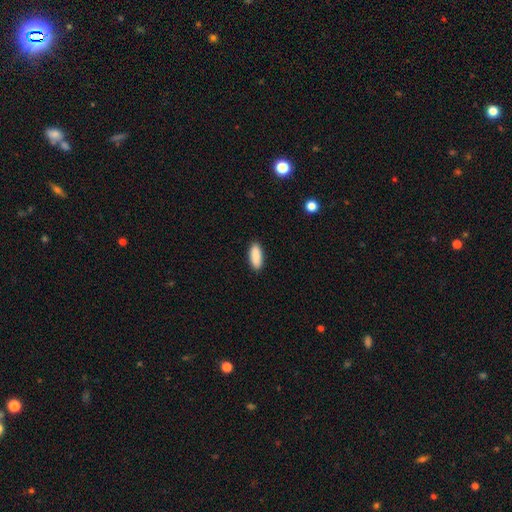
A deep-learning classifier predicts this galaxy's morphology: Overall: smooth (91%). How rounded: in between (81%). Merging: none (90%).